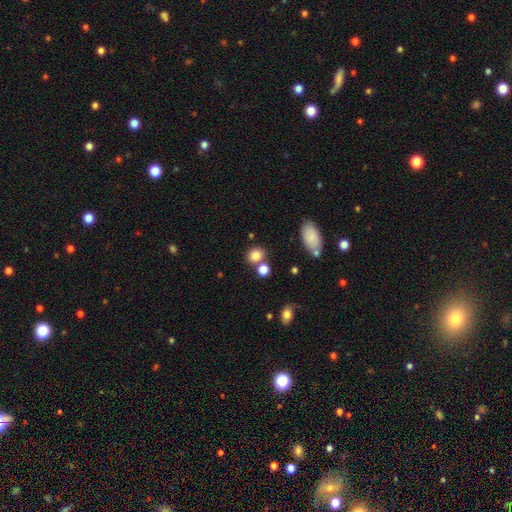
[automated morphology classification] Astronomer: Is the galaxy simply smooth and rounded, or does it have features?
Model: smooth — 83%.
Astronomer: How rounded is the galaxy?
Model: round — 66%.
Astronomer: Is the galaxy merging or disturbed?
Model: none — 66%.